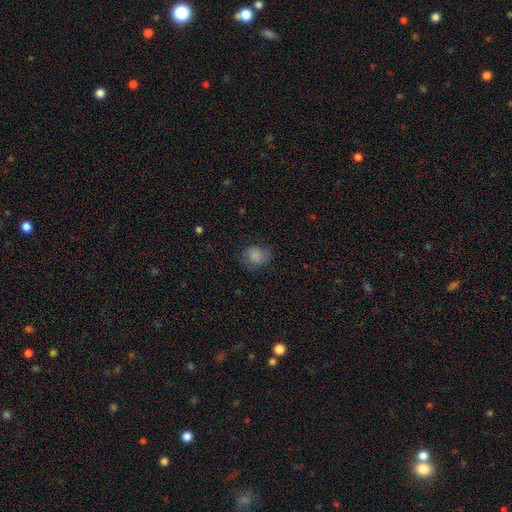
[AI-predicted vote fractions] smooth 81%, star or artifact 10%, featured or disk 8%. Down the decision tree: how rounded — round (74%); merging — none (70%).